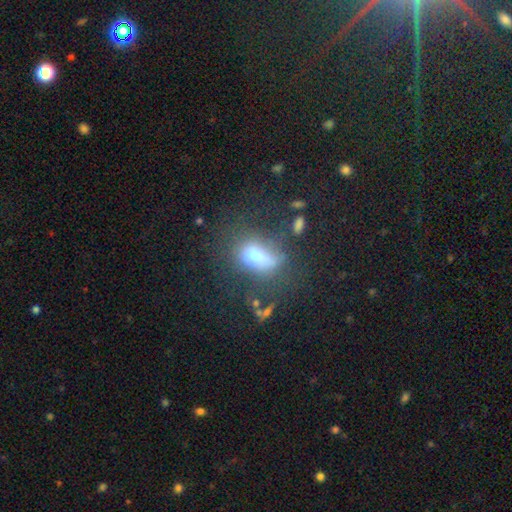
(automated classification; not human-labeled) Morphology: type=smooth (62%); roundness=in between (70%); merging=none (42%).